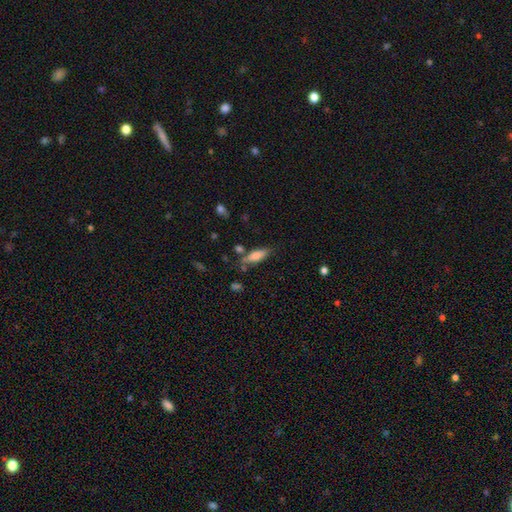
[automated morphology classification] smooth_or_featured: smooth (p=0.73) [alt: featured or disk p=0.19]
how_rounded: in between (p=0.54) [alt: cigar-shaped p=0.43]
merging: none (p=0.61) [alt: minor disturbance p=0.21]